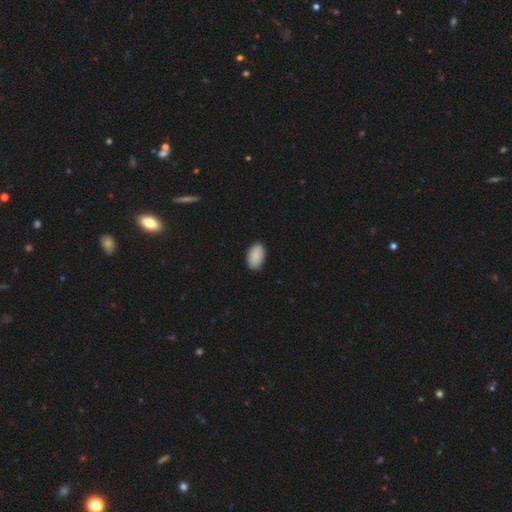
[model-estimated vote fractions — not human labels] Smooth or featured: smooth — 90% (star or artifact — 6%)
How rounded: in between — 94% (round — 5%)
Merging: none — 89% (minor disturbance — 9%)